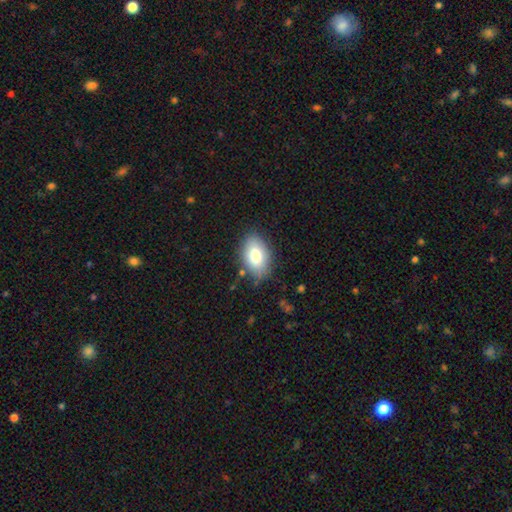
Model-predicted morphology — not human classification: A smooth galaxy with no disk features (80%) that is in between round and cigar-shaped (90%).

Vote fractions:
- Smooth or featured? smooth: 80% / featured or disk: 12% / star or artifact: 8%
- How rounded? in between: 90% / round: 9% / cigar-shaped: 1%
- Merging? none: 80% / minor disturbance: 14% / major disturbance: 3% / merger: 2%